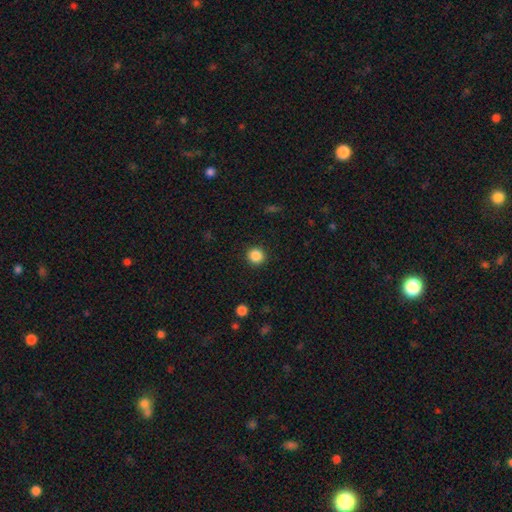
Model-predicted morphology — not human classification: Smooth or featured? smooth (87%)
How rounded? round (94%)
Merging? none (92%)